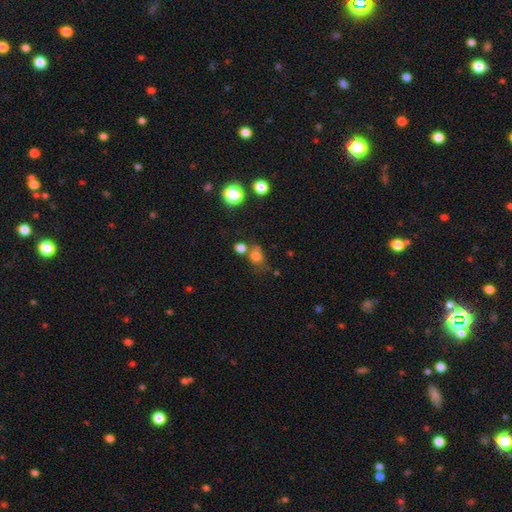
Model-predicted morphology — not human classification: smooth-or-featured: smooth: 75% | star or artifact: 16% | featured or disk: 8%
  how-rounded: round: 54% | in between: 44% | cigar-shaped: 1%
  merging: none: 53% | merger: 23% | minor disturbance: 16% | major disturbance: 8%